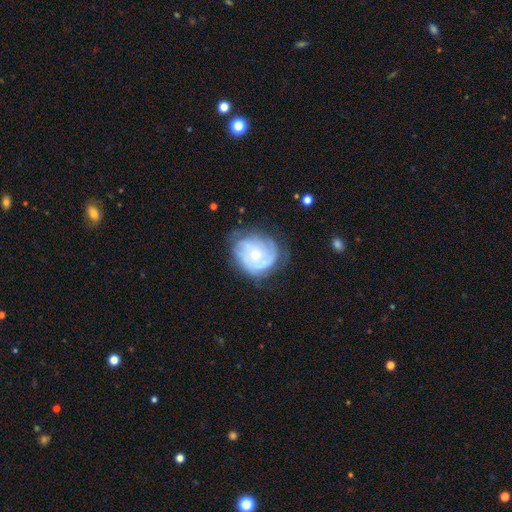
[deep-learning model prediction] The model was most divided on "spiral arm count": can't tell: 39%, 3: 22%, 2: 21%, 4: 7%, 1: 6%, more than 4: 4%. More confident: edge-on disk — no (98%); spiral arms — yes (84%); bar — no (74%); smooth or featured — featured or disk (72%); bulge size — small (62%); merging — none (60%); spiral winding — tight (55%).